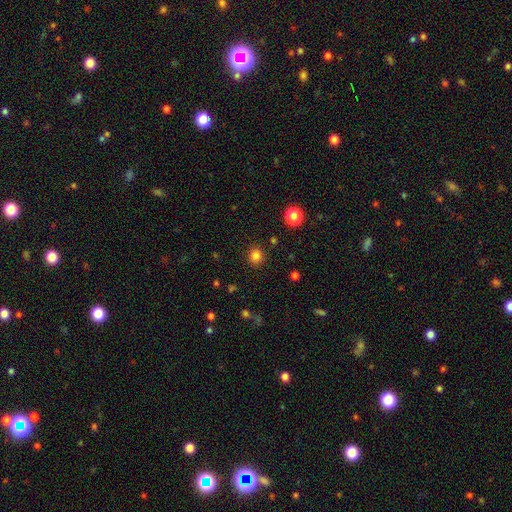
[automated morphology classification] Smooth or featured?
  - smooth: 82% *
  - star or artifact: 14%
  - featured or disk: 4%
How rounded?
  - round: 86% *
  - in between: 13%
  - cigar-shaped: 1%
Merging?
  - none: 90% *
  - minor disturbance: 6%
  - major disturbance: 3%
  - merger: 2%